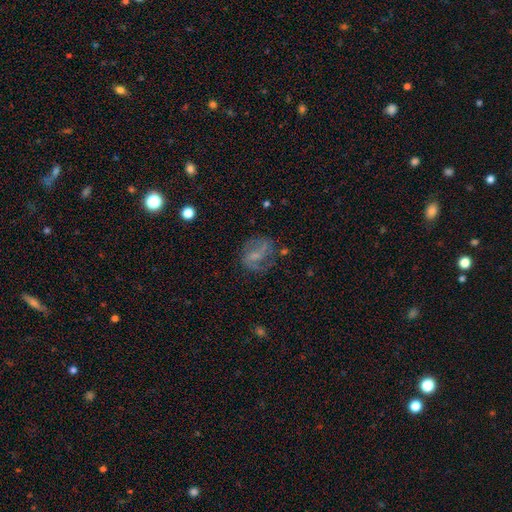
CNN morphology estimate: type=featured or disk (63%); edge-on=no (97%); bar=weak (47%); spiral arms=yes (79%); bulge=small (44%); merging=none (60%).